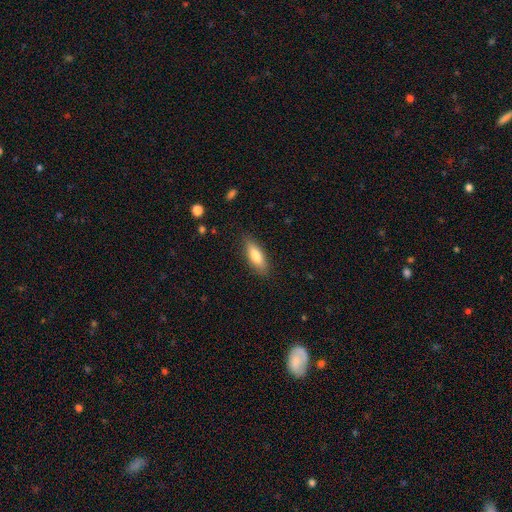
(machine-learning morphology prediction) Smooth or featured? smooth (76%)
How rounded? in between (63%)
Merging? none (84%)